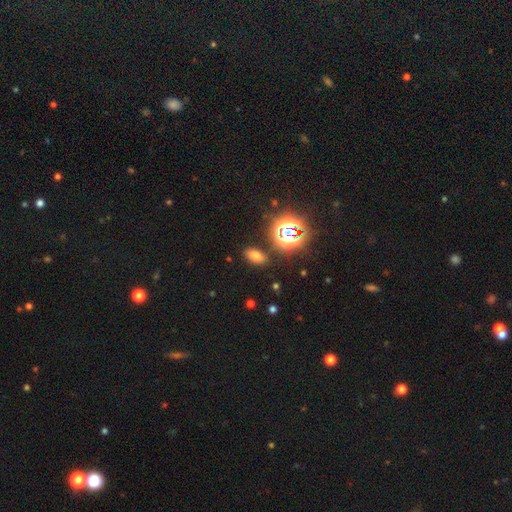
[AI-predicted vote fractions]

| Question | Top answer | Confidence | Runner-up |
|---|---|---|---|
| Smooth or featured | smooth | 65% | star or artifact (27%) |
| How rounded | in between | 85% | round (10%) |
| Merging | none | 85% | minor disturbance (9%) |